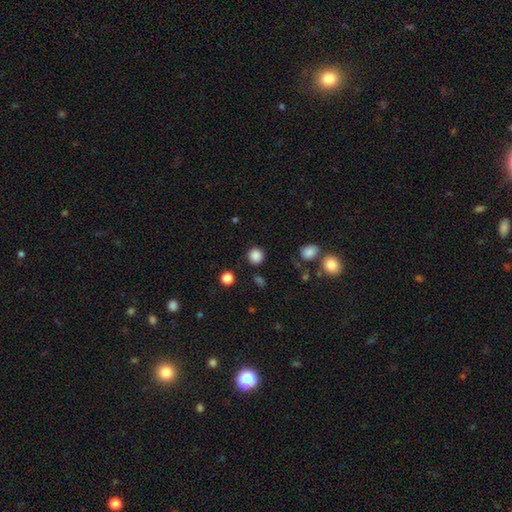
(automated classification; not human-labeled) This is clearly a smooth galaxy (85%). How rounded: clearly round (91%). Merging: clearly none (87%).